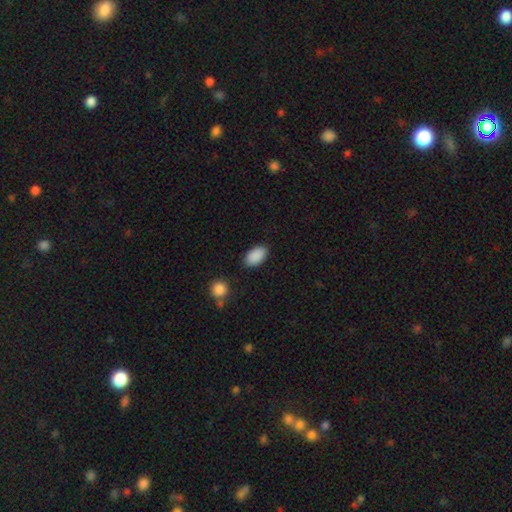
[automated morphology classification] smooth-or-featured: smooth: 90% | star or artifact: 7% | featured or disk: 3%
  how-rounded: in between: 94% | round: 4% | cigar-shaped: 2%
  merging: none: 85% | minor disturbance: 10% | major disturbance: 3% | merger: 2%